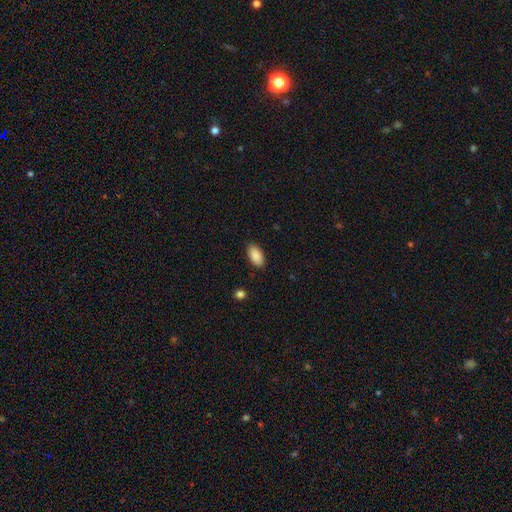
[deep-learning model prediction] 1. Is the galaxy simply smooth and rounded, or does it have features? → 90% smooth, 7% star or artifact, 4% featured or disk.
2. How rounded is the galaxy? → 94% in between, 4% cigar-shaped, 2% round.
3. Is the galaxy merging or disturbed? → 88% none, 9% minor disturbance, 2% major disturbance, 1% merger.